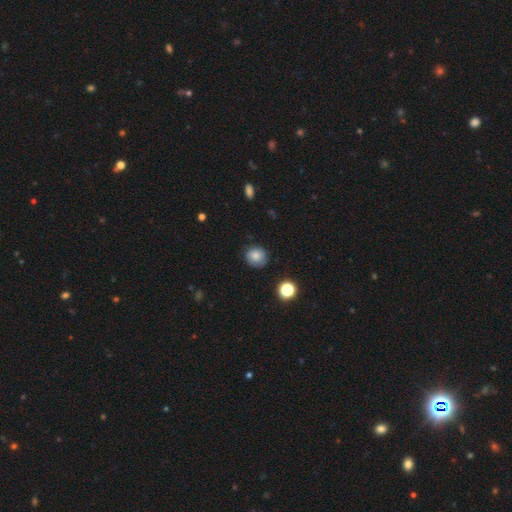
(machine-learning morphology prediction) A smooth galaxy with no disk features (80%) that is round (84%). Merging: none (83%).